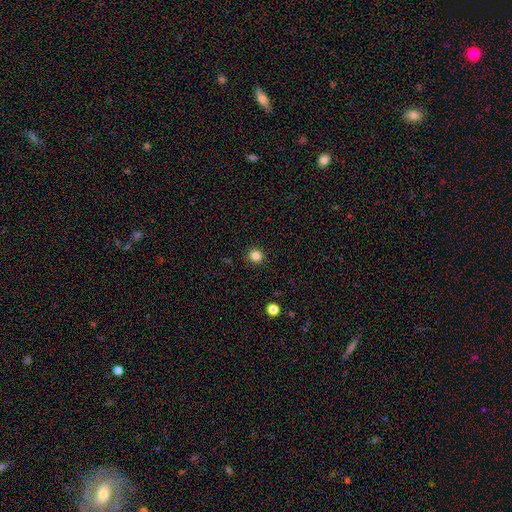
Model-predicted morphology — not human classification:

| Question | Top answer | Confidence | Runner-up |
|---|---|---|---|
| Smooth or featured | smooth | 84% | star or artifact (12%) |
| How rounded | round | 89% | in between (10%) |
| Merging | none | 91% | minor disturbance (6%) |